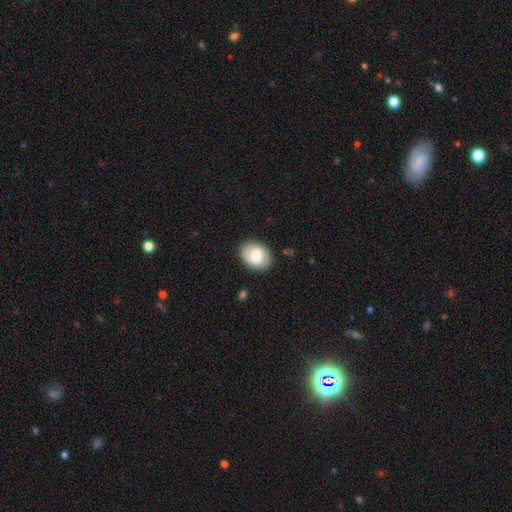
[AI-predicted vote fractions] Smooth or featured? featured or disk (52%)
Edge-on disk? no (97%)
Bar? weak (46%)
Spiral arms? yes (83%)
Bulge size? moderate (51%)
Merging? none (84%)